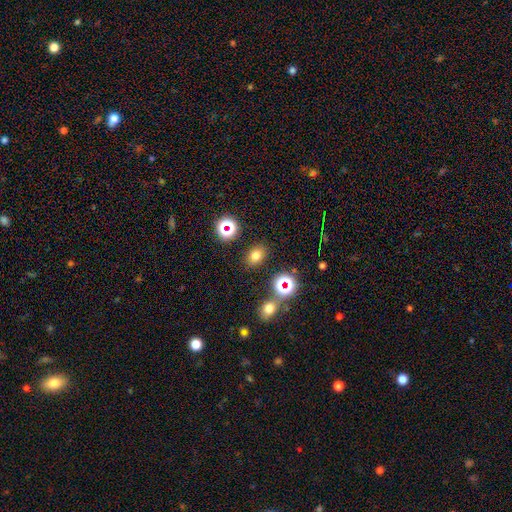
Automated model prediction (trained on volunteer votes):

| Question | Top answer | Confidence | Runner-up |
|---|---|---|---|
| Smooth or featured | smooth | 71% | star or artifact (21%) |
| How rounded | in between | 59% | round (39%) |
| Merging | none | 84% | minor disturbance (9%) |